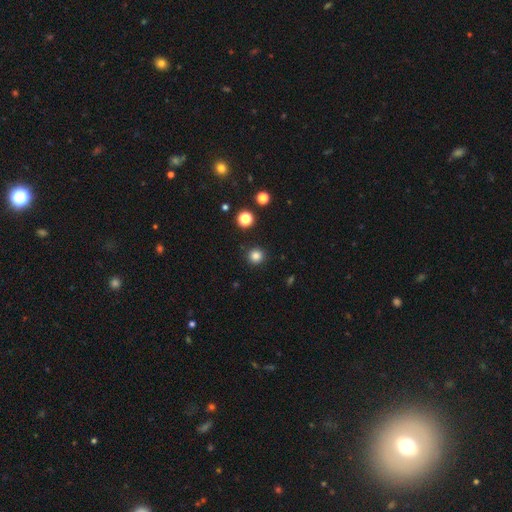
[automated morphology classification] smooth 84%, star or artifact 13%, featured or disk 4%. Down the decision tree: how rounded — round (95%); merging — none (91%).